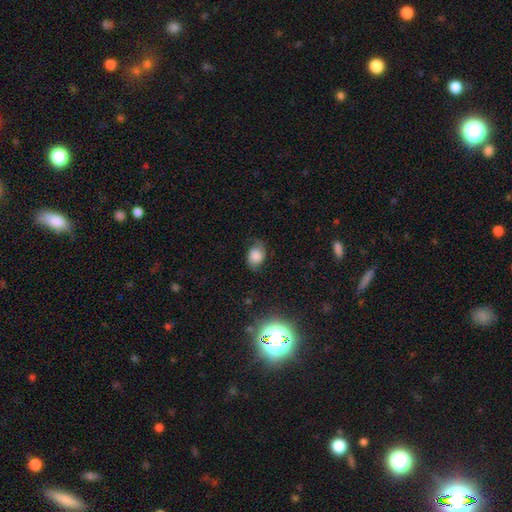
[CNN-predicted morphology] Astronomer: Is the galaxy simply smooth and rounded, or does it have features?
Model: smooth — 65%.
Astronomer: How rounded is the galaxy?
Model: in between — 68%.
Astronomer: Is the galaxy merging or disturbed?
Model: none — 62%.